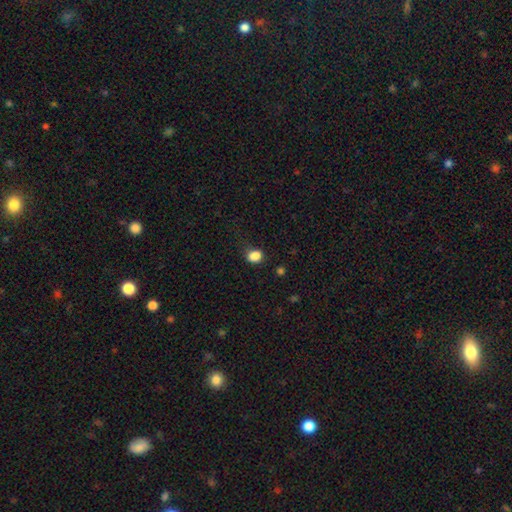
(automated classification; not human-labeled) Smooth or featured: smooth — 85% (star or artifact — 11%)
How rounded: in between — 51% (round — 48%)
Merging: none — 69% (minor disturbance — 22%)